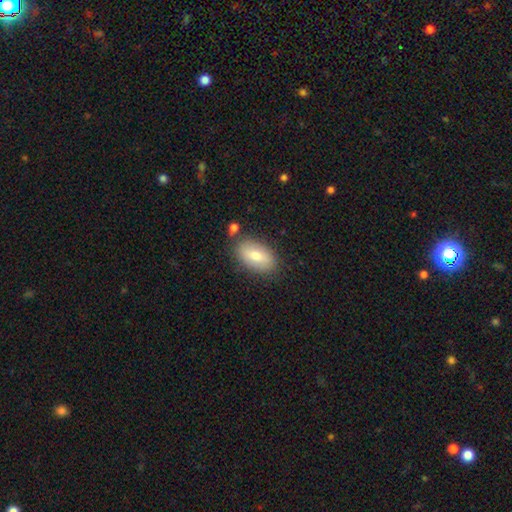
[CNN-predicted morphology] Q: Smooth or featured?
A: smooth (75%); runner-up: featured or disk (18%)
Q: How rounded?
A: in between (93%); runner-up: round (5%)
Q: Merging?
A: none (81%); runner-up: minor disturbance (12%)